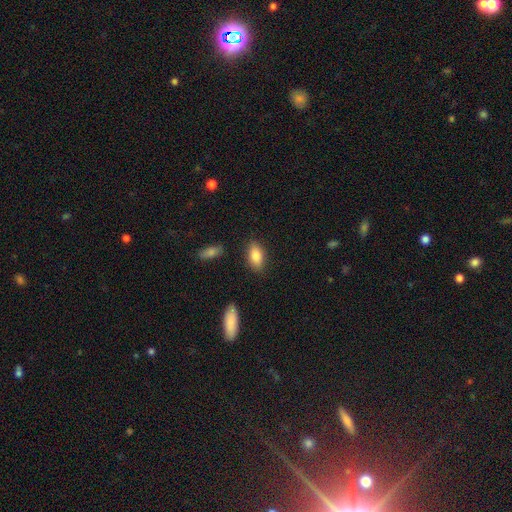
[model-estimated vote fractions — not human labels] Smooth or featured?
  - smooth: 86% *
  - featured or disk: 7%
  - star or artifact: 7%
How rounded?
  - in between: 90% *
  - cigar-shaped: 5%
  - round: 4%
Merging?
  - none: 84% *
  - minor disturbance: 12%
  - major disturbance: 3%
  - merger: 2%